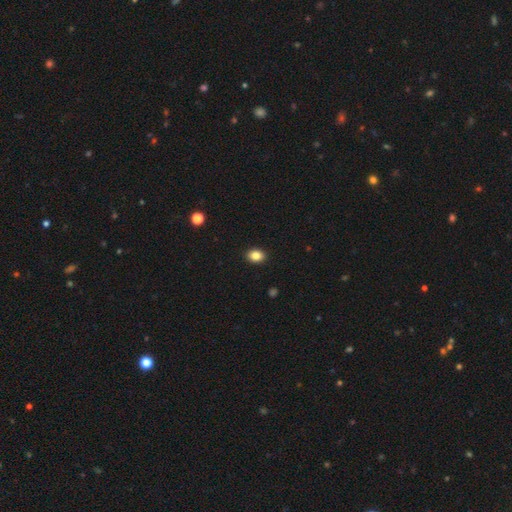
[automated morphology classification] smooth 85%, star or artifact 10%, featured or disk 5%. Down the decision tree: how rounded — in between (66%); merging — none (91%).